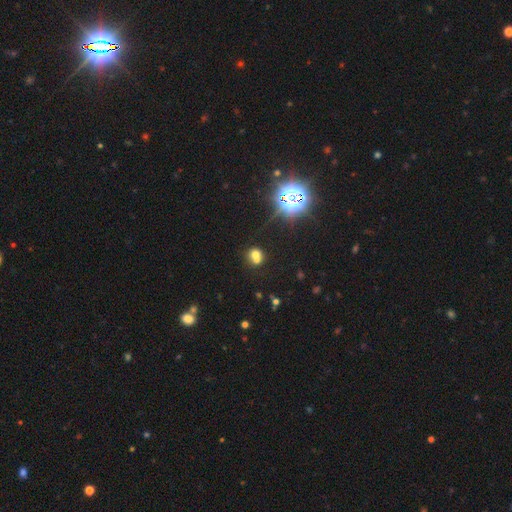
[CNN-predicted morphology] A smooth galaxy with no disk features (63%) that is round (76%).

Vote fractions:
- Smooth or featured? smooth: 63% / star or artifact: 21% / featured or disk: 16%
- How rounded? round: 76% / in between: 23% / cigar-shaped: 1%
- Merging? merger: 50% / none: 38% / minor disturbance: 8% / major disturbance: 4%